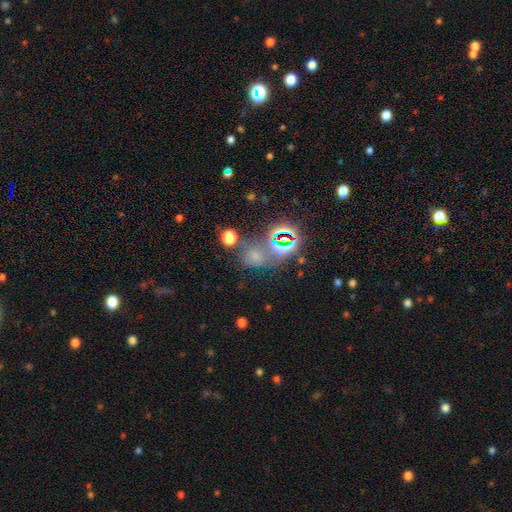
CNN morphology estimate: Smooth or featured? Predicted: star or artifact (p=0.45).